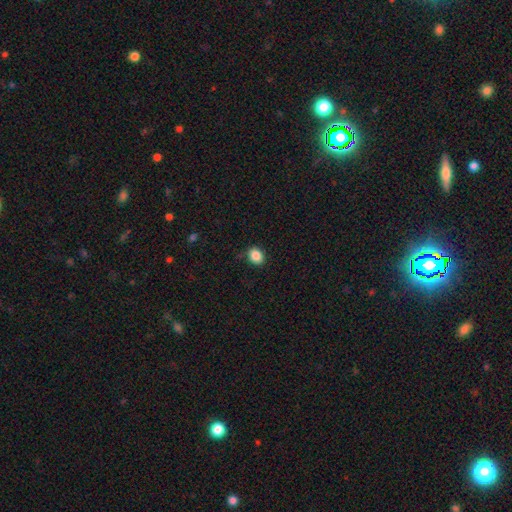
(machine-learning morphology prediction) This is clearly a smooth galaxy (87%). How rounded: possibly round (58%). Merging: clearly none (83%).